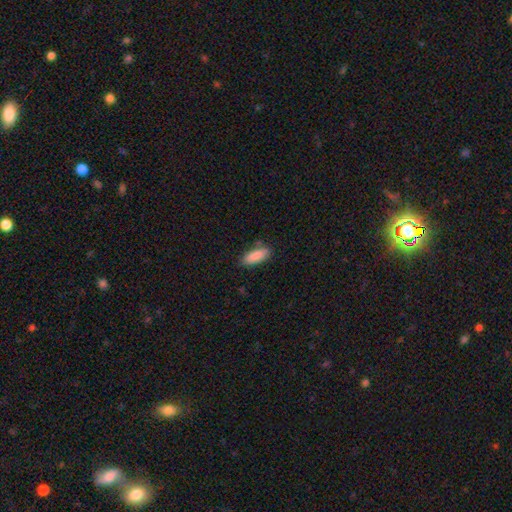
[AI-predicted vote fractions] Smooth or featured? Predicted: smooth (p=0.86). How rounded? Predicted: in between (p=0.72). Merging? Predicted: none (p=0.80).